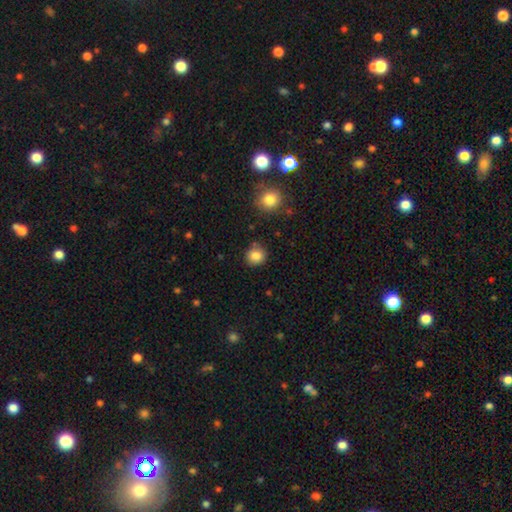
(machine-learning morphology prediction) type=smooth (84%); roundness=round (90%); merging=none (85%).